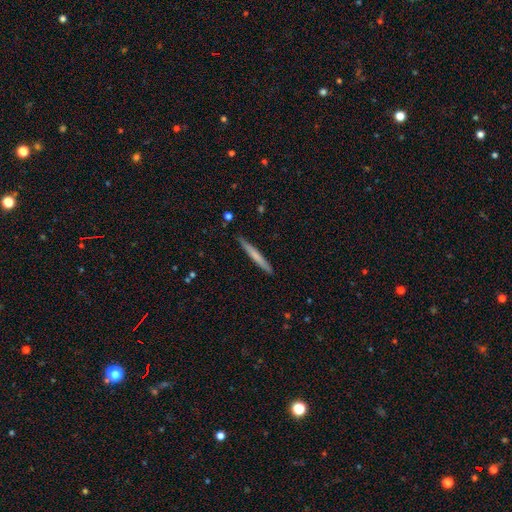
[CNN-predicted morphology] Smooth or featured: smooth — 60% (featured or disk — 34%)
How rounded: cigar-shaped — 97% (in between — 2%)
Merging: none — 90% (minor disturbance — 8%)